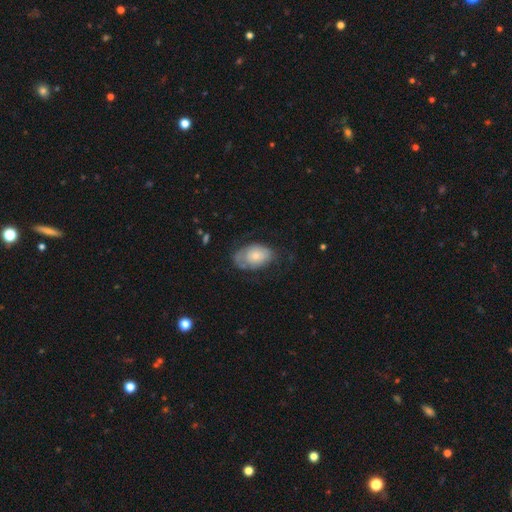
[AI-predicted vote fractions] A smooth galaxy with no disk features (61%) that is in between round and cigar-shaped (87%).

Vote fractions:
- Smooth or featured? smooth: 61% / featured or disk: 32% / star or artifact: 7%
- How rounded? in between: 87% / round: 12% / cigar-shaped: 1%
- Merging? none: 47% / minor disturbance: 31% / major disturbance: 19% / merger: 2%